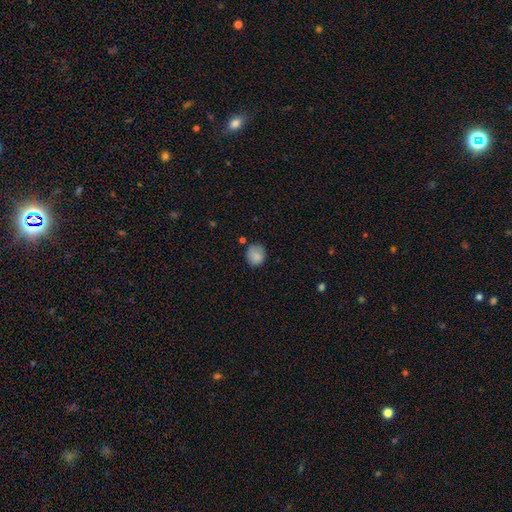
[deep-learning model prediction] smooth_or_featured: smooth (p=0.85) [alt: star or artifact p=0.09]
how_rounded: round (p=0.83) [alt: in between p=0.16]
merging: none (p=0.73) [alt: minor disturbance p=0.18]